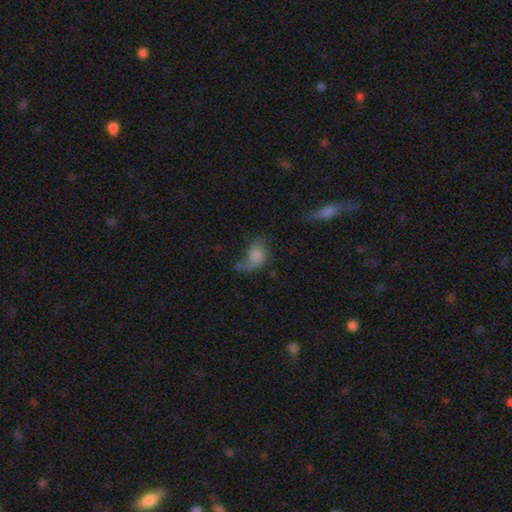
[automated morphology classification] smooth_or_featured: smooth (p=0.50) [alt: featured or disk p=0.40]
merging: major disturbance (p=0.42) [alt: none p=0.28]